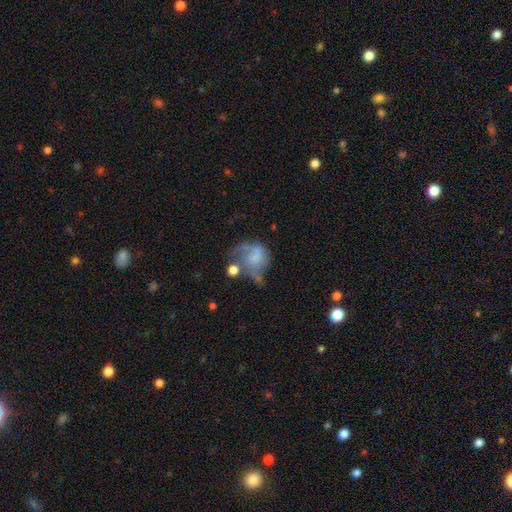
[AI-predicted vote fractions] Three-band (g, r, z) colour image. It shows a featured or disk galaxy (49%). Merging: major disturbance (40%).